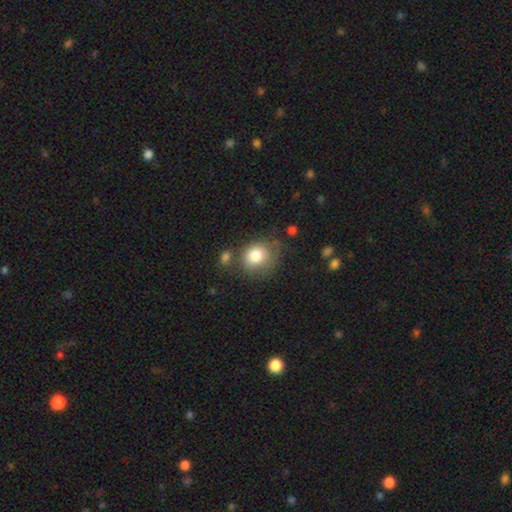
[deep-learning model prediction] Q: Smooth or featured?
A: smooth (82%); runner-up: featured or disk (10%)
Q: How rounded?
A: round (70%); runner-up: in between (29%)
Q: Merging?
A: none (58%); runner-up: minor disturbance (23%)